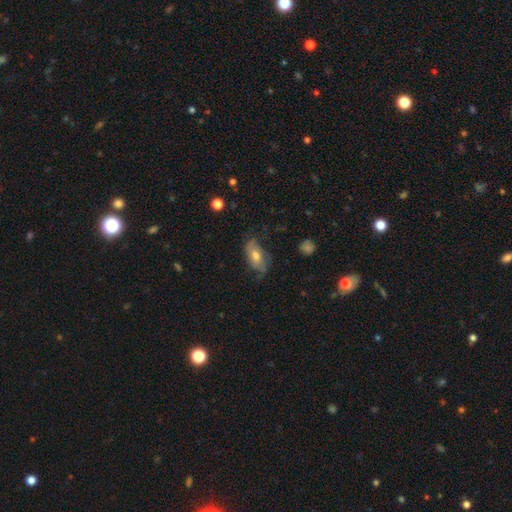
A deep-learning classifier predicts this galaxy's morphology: Q: Smooth or featured?
A: smooth (49%); runner-up: featured or disk (42%)
Q: Merging?
A: none (62%); runner-up: minor disturbance (26%)